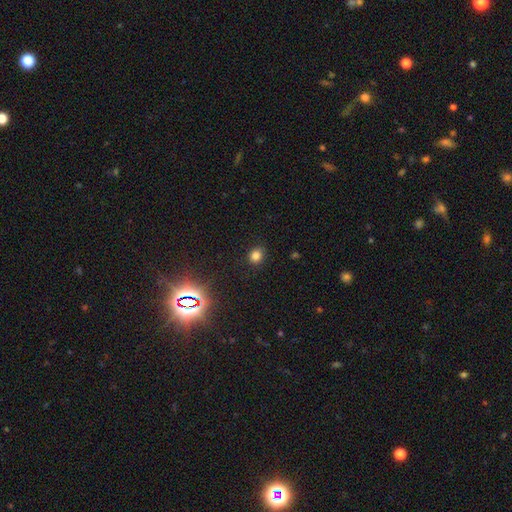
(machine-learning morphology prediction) Smooth or featured?
  - smooth: 78% *
  - star or artifact: 17%
  - featured or disk: 5%
How rounded?
  - round: 67% *
  - in between: 32%
  - cigar-shaped: 1%
Merging?
  - none: 86% *
  - minor disturbance: 10%
  - major disturbance: 3%
  - merger: 1%